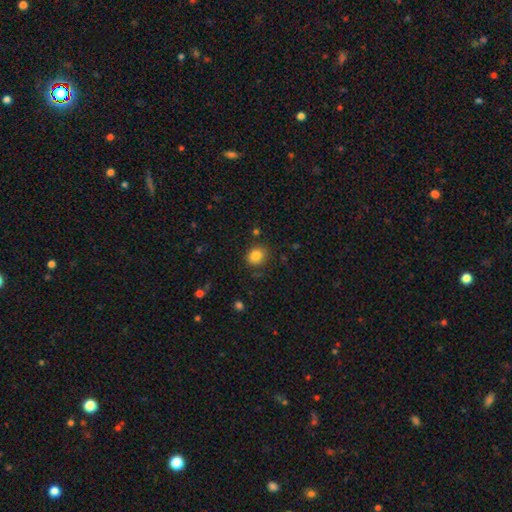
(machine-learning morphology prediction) smooth 84%, star or artifact 11%, featured or disk 5%. Down the decision tree: how rounded — round (71%); merging — none (82%).